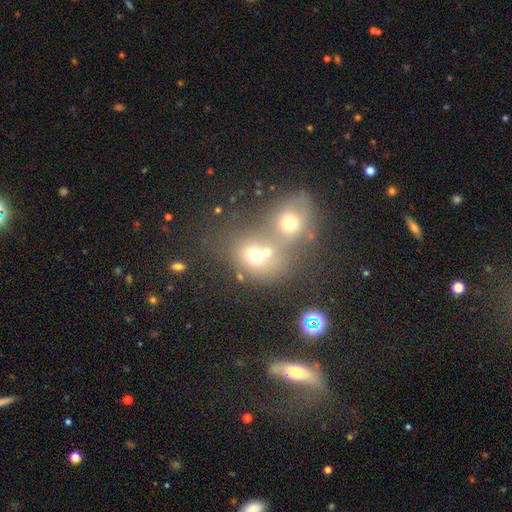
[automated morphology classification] A smooth galaxy with no disk features (65%) that is round (66%). Merging: merger (63%).